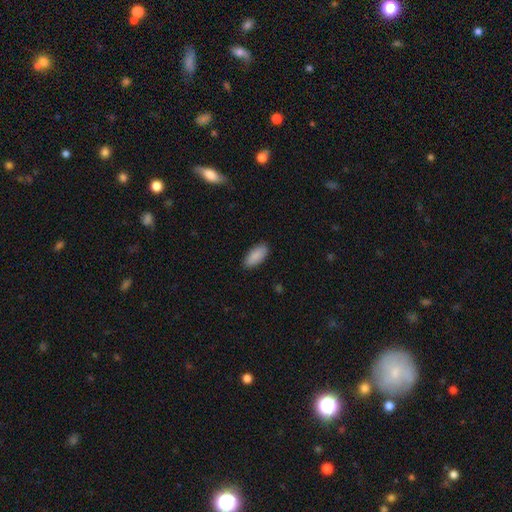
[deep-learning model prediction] Q: Smooth or featured?
A: smooth (90%); runner-up: star or artifact (6%)
Q: How rounded?
A: in between (88%); runner-up: cigar-shaped (11%)
Q: Merging?
A: none (88%); runner-up: minor disturbance (9%)